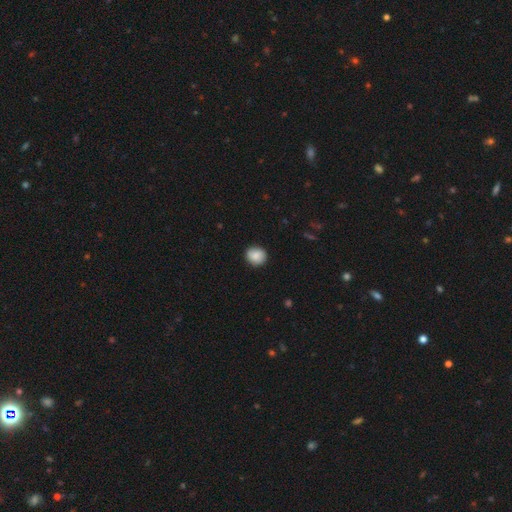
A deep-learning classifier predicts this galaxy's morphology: Smooth or featured? Predicted: smooth (p=0.88). How rounded? Predicted: round (p=0.85). Merging? Predicted: none (p=0.88).